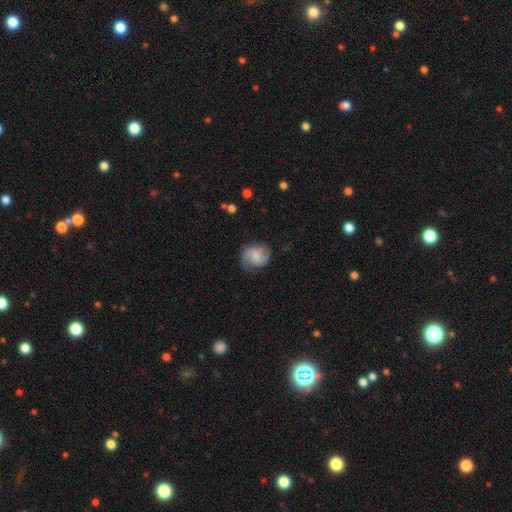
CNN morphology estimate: A smooth galaxy with no disk features (50%). Merging: none (70%).